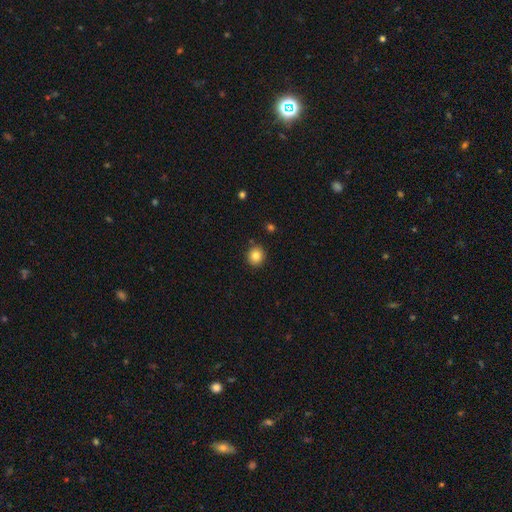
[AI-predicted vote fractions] This is clearly a smooth galaxy (84%). How rounded: clearly round (83%). Merging: clearly none (88%).